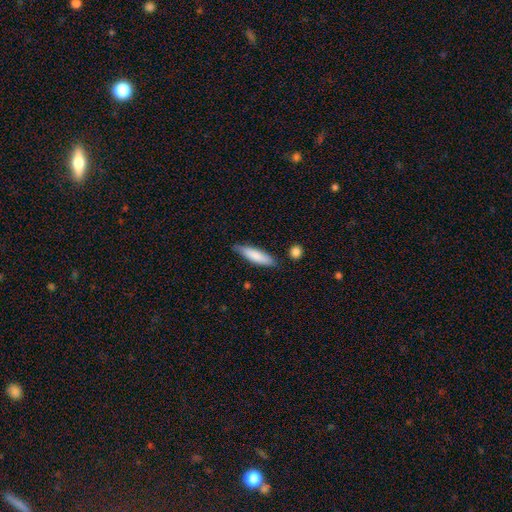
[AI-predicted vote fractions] Morphology: type=smooth (80%); roundness=cigar-shaped (68%); merging=none (78%).